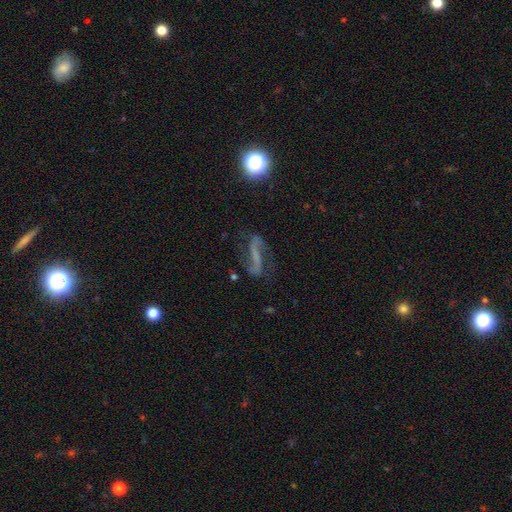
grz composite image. It shows a featured or disk galaxy (74%) with a strong bar (48%), 2 (100%) loose (96%) spiral arms (85%) and no central bulge (81%). Merging: none (72%).